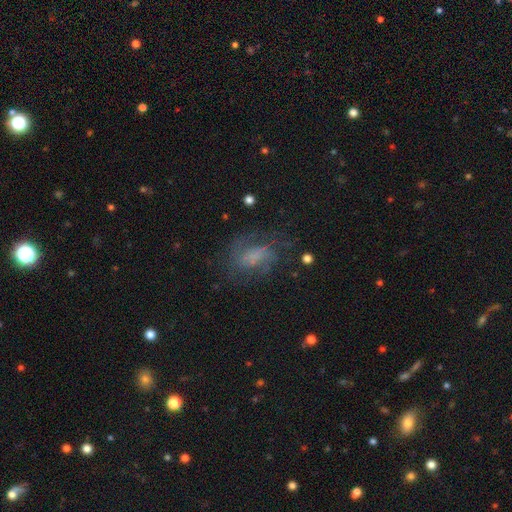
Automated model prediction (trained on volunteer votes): smooth_or_featured: featured or disk (p=0.56) [alt: smooth p=0.30]
disk_edge_on: no (p=0.96) [alt: yes p=0.04]
bar: no (p=0.49) [alt: weak p=0.38]
has_spiral_arms: yes (p=0.80) [alt: no p=0.20]
bulge_size: none (p=0.55) [alt: small p=0.19]
merging: none (p=0.58) [alt: major disturbance p=0.20]